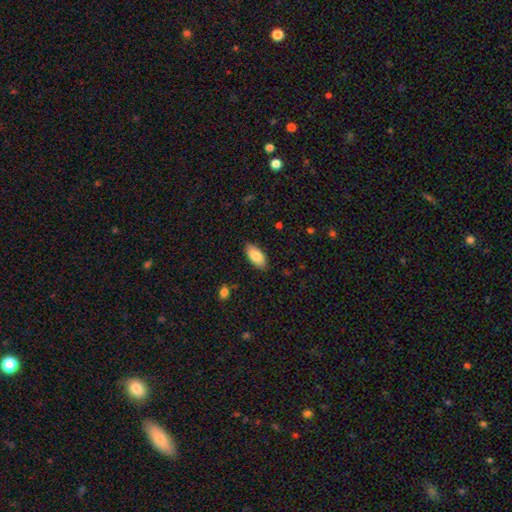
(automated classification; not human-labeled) This appears to be a smooth galaxy with no disk features (85%) that is in between round and cigar-shaped (90%). Merging: none (85%).